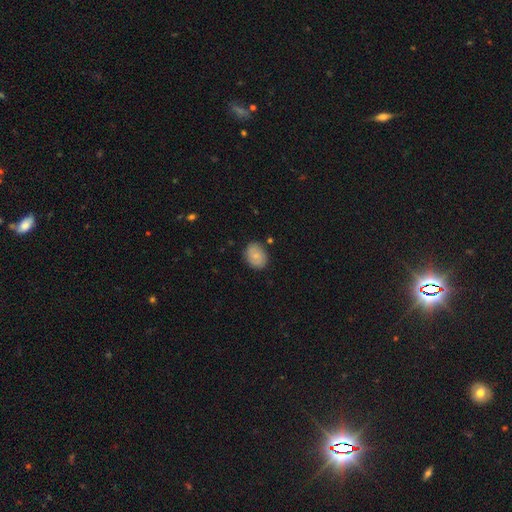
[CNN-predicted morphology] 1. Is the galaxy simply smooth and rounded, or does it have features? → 67% smooth, 25% featured or disk, 8% star or artifact.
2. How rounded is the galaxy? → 58% in between, 40% round, 1% cigar-shaped.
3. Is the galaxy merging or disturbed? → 82% none, 13% minor disturbance, 3% major disturbance, 2% merger.